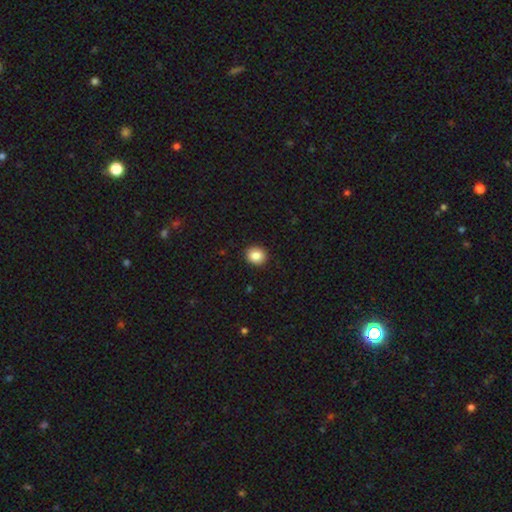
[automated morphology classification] Q: Smooth or featured?
A: smooth (86%); runner-up: star or artifact (9%)
Q: How rounded?
A: round (76%); runner-up: in between (23%)
Q: Merging?
A: none (92%); runner-up: minor disturbance (6%)